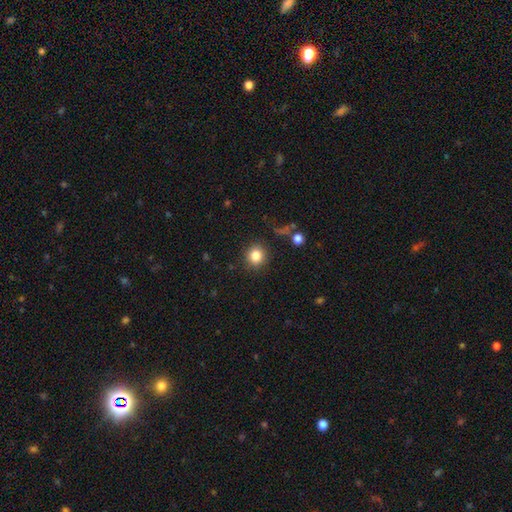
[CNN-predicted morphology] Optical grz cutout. It shows a smooth galaxy with no disk features (83%) that is round (88%). Merging: none (88%).